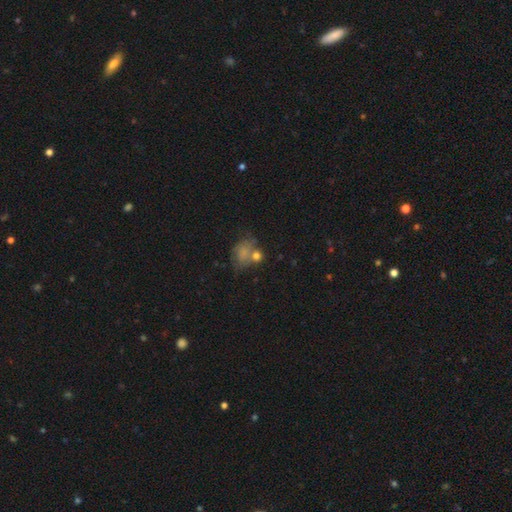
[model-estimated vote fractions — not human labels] Smooth or featured? Predicted: smooth (p=0.65). How rounded? Predicted: round (p=0.54). Merging? Predicted: none (p=0.39).